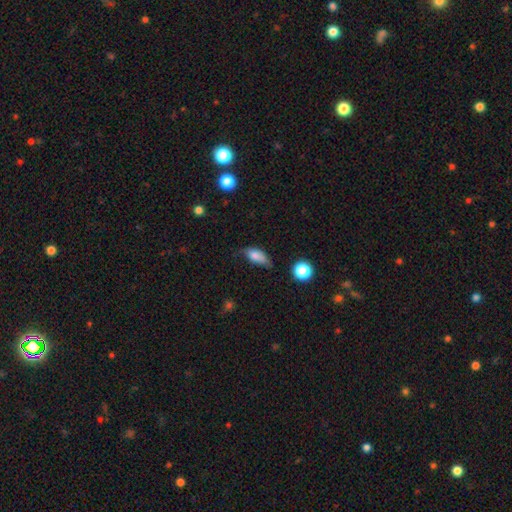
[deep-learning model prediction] Overall: smooth (77%). How rounded: in between (83%). Merging: minor disturbance (43%; none 37%).